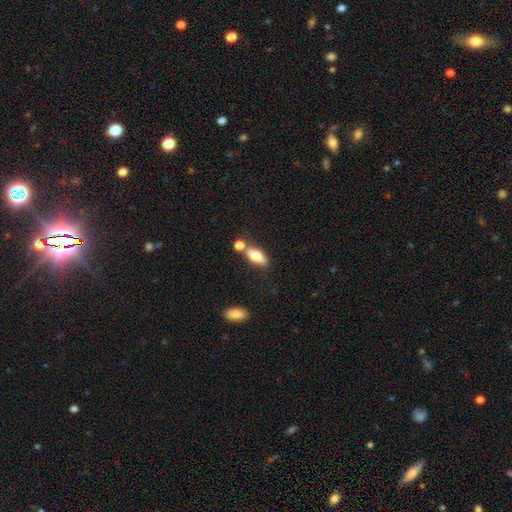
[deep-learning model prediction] Overall: smooth (72%). How rounded: in between (77%). Merging: none (60%; merger 24%).